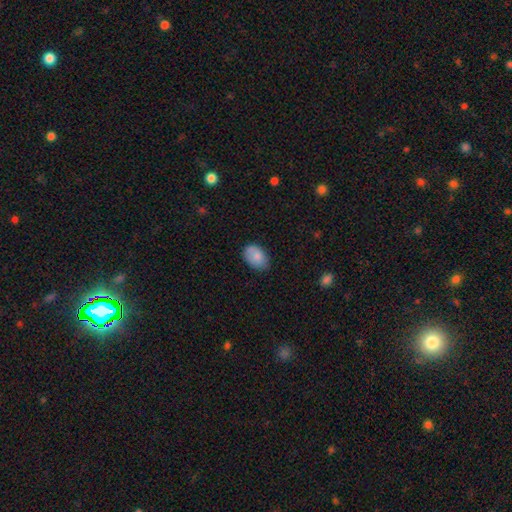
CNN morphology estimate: smooth_or_featured: smooth (p=0.83) [alt: featured or disk p=0.10]
how_rounded: in between (p=0.88) [alt: round p=0.11]
merging: none (p=0.74) [alt: minor disturbance p=0.21]